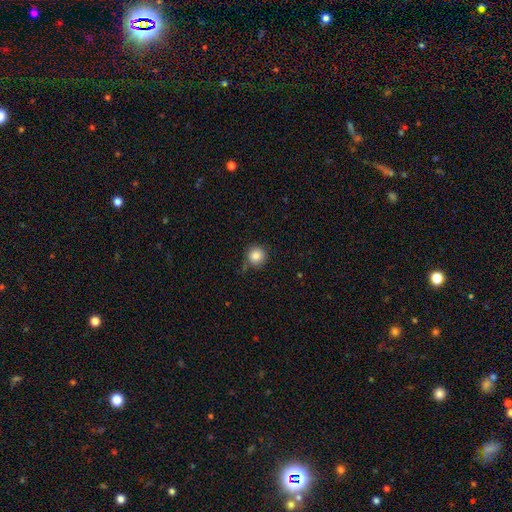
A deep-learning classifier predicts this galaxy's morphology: Smooth or featured? Predicted: smooth (p=0.86). How rounded? Predicted: round (p=0.94). Merging? Predicted: none (p=0.77).